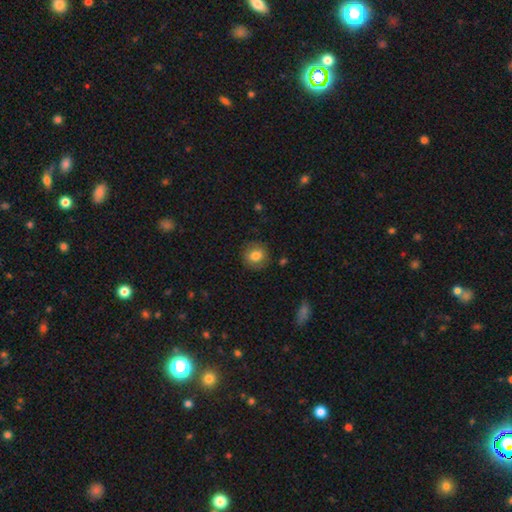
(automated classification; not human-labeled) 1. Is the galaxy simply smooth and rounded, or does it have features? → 82% smooth, 9% featured or disk, 9% star or artifact.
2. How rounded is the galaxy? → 85% round, 14% in between, 1% cigar-shaped.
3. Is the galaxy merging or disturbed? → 87% none, 9% minor disturbance, 3% major disturbance, 1% merger.